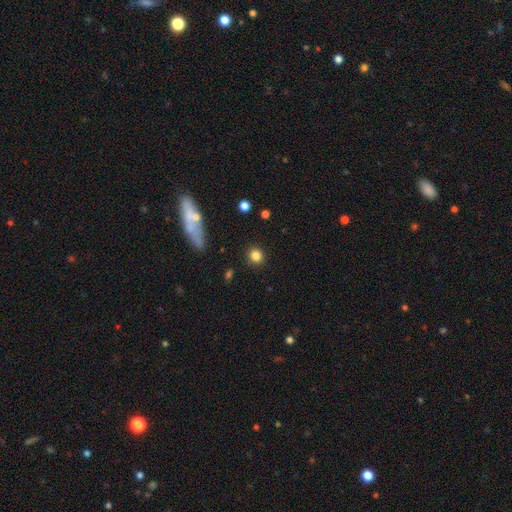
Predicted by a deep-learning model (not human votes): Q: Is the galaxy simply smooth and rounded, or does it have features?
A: smooth — 83%.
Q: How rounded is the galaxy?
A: round — 90%.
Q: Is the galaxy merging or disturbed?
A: none — 90%.